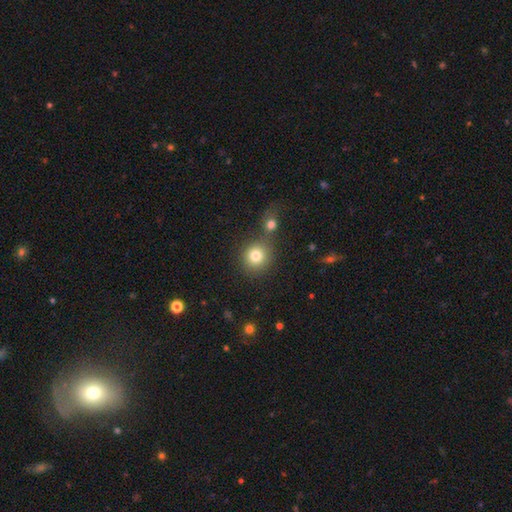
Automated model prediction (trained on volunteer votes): smooth-or-featured: smooth: 81% | star or artifact: 11% | featured or disk: 7%
  how-rounded: round: 88% | in between: 11% | cigar-shaped: 1%
  merging: none: 64% | merger: 23% | minor disturbance: 9% | major disturbance: 4%